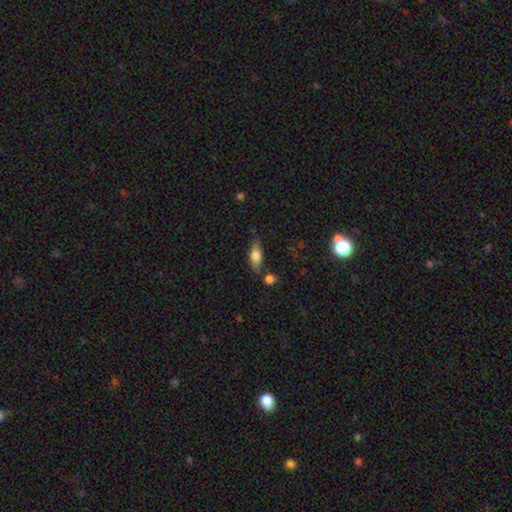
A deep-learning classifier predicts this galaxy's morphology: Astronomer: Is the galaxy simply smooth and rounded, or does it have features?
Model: smooth — 70%.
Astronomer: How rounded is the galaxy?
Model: in between — 74%.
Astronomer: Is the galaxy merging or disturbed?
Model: none — 73%.